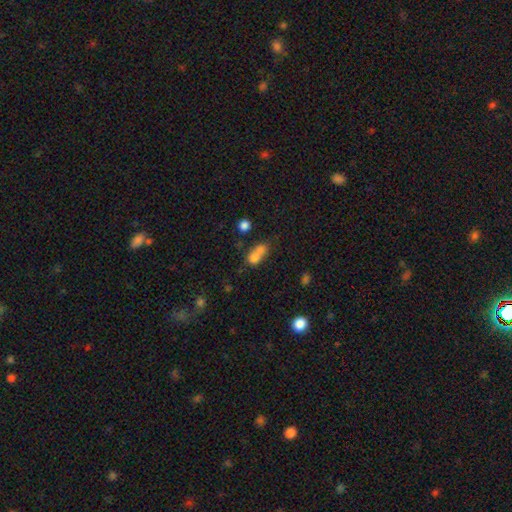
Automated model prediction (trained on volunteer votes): Smooth or featured: smooth — 72% (featured or disk — 15%)
How rounded: in between — 50% (round — 45%)
Merging: merger — 61% (none — 23%)